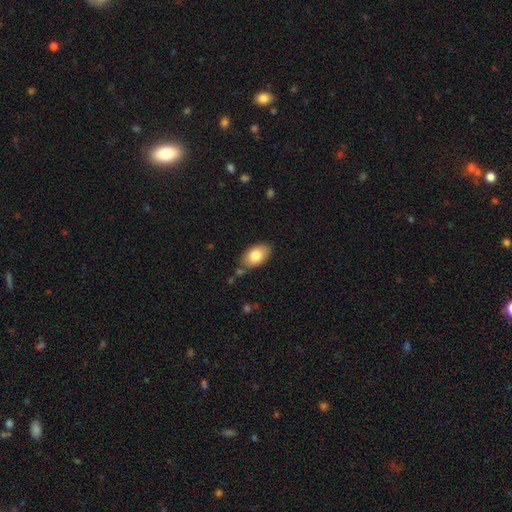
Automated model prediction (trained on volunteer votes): A smooth galaxy with no disk features (80%) that is in between round and cigar-shaped (92%).

Vote fractions:
- Smooth or featured? smooth: 80% / featured or disk: 13% / star or artifact: 7%
- How rounded? in between: 92% / round: 6% / cigar-shaped: 1%
- Merging? none: 76% / minor disturbance: 16% / merger: 5% / major disturbance: 3%